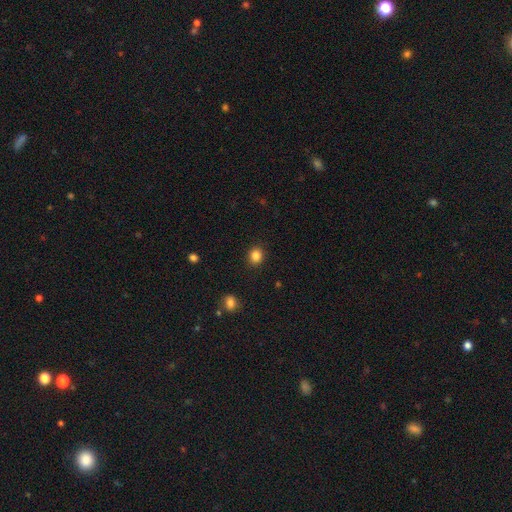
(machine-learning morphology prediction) smooth 85%, star or artifact 11%, featured or disk 4%. Down the decision tree: how rounded — round (76%); merging — none (90%).